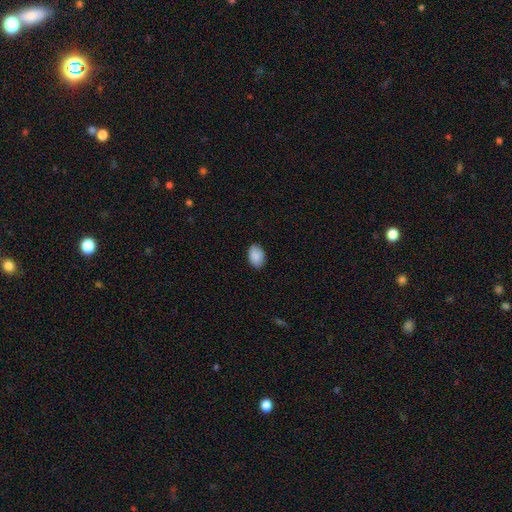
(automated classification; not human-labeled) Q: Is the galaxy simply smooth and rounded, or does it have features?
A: smooth — 89%.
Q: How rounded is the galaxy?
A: in between — 88%.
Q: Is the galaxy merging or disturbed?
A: none — 87%.